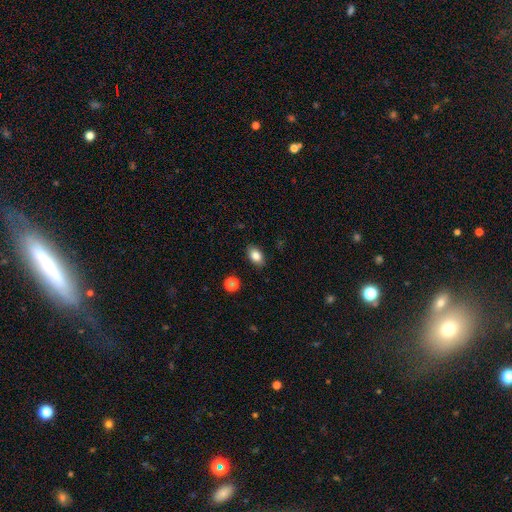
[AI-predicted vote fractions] Q: Smooth or featured?
A: smooth (83%); runner-up: star or artifact (10%)
Q: How rounded?
A: in between (87%); runner-up: round (12%)
Q: Merging?
A: none (87%); runner-up: minor disturbance (9%)